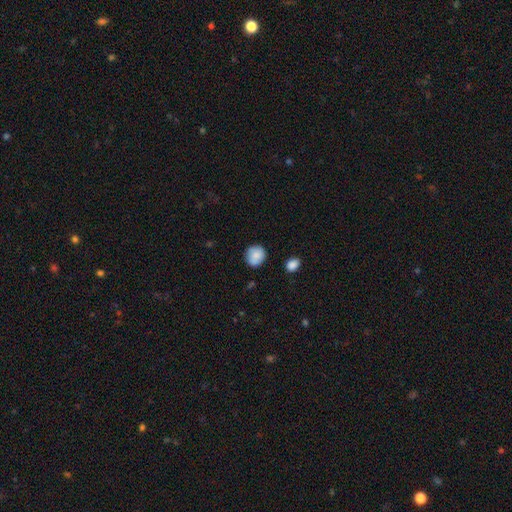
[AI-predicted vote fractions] smooth-or-featured: smooth: 81% | featured or disk: 11% | star or artifact: 8%
  how-rounded: round: 88% | in between: 11% | cigar-shaped: 1%
  merging: none: 81% | minor disturbance: 14% | major disturbance: 3% | merger: 2%